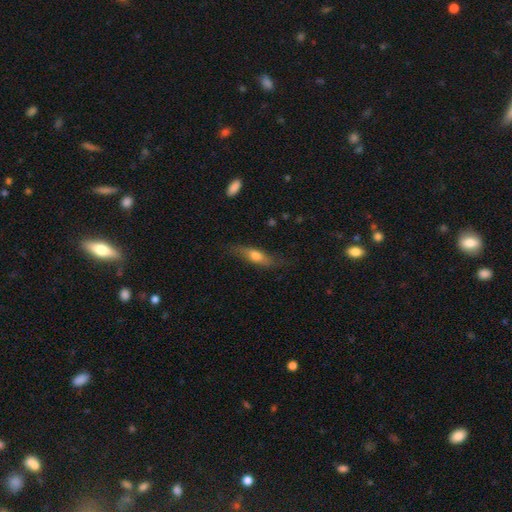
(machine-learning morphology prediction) smooth-or-featured: smooth: 59% | featured or disk: 34% | star or artifact: 7%
  how-rounded: cigar-shaped: 56% | in between: 41% | round: 4%
  merging: none: 73% | minor disturbance: 20% | major disturbance: 6% | merger: 2%